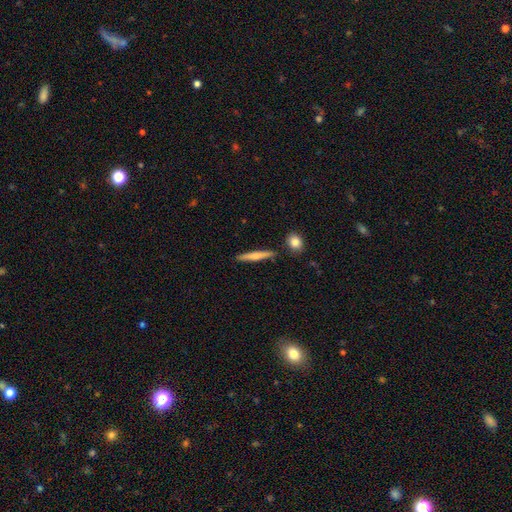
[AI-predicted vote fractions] Smooth or featured: smooth — 63% (featured or disk — 31%)
How rounded: cigar-shaped — 92% (in between — 6%)
Merging: none — 86% (minor disturbance — 9%)